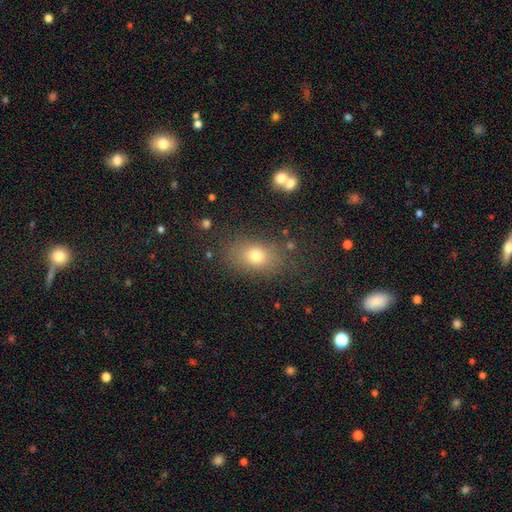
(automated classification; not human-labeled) smooth 74%, star or artifact 13%, featured or disk 13%. Down the decision tree: how rounded — in between (77%); merging — none (79%).